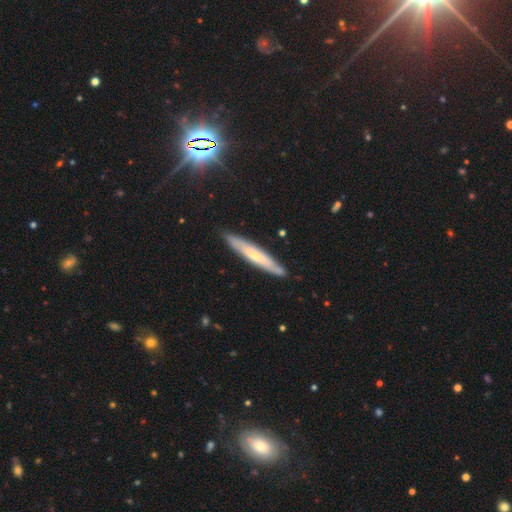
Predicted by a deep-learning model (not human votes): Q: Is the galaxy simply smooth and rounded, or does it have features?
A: featured or disk — 52%.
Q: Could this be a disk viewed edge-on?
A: yes — 79%.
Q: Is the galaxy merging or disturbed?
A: none — 87%.